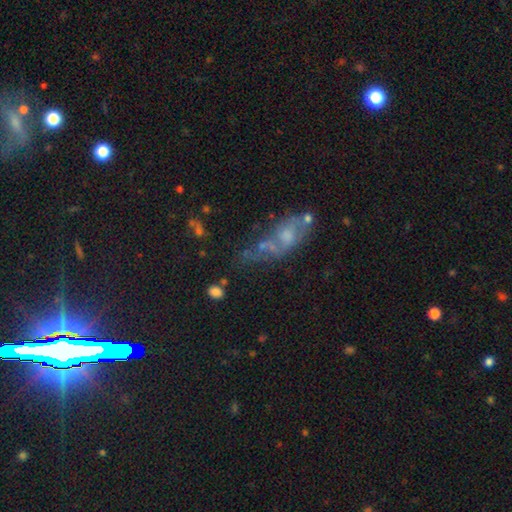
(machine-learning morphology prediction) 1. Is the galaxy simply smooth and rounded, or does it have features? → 36% featured or disk, 35% star or artifact, 29% smooth.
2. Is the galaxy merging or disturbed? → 39% none, 25% major disturbance, 20% minor disturbance, 17% merger.